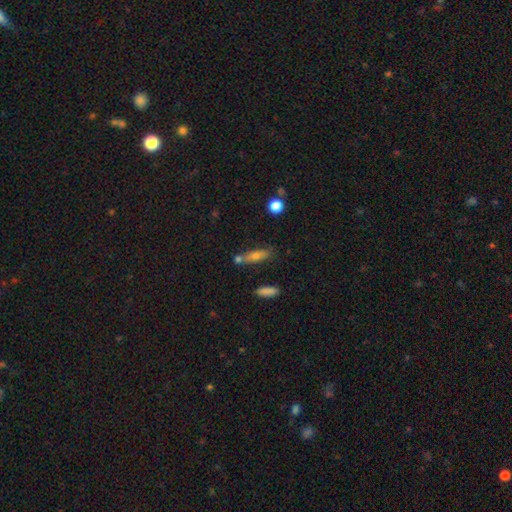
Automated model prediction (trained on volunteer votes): A smooth galaxy with no disk features (62%) that is cigar-shaped (63%).

Vote fractions:
- Smooth or featured? smooth: 62% / featured or disk: 28% / star or artifact: 10%
- How rounded? cigar-shaped: 63% / in between: 33% / round: 4%
- Merging? none: 64% / merger: 17% / minor disturbance: 15% / major disturbance: 4%